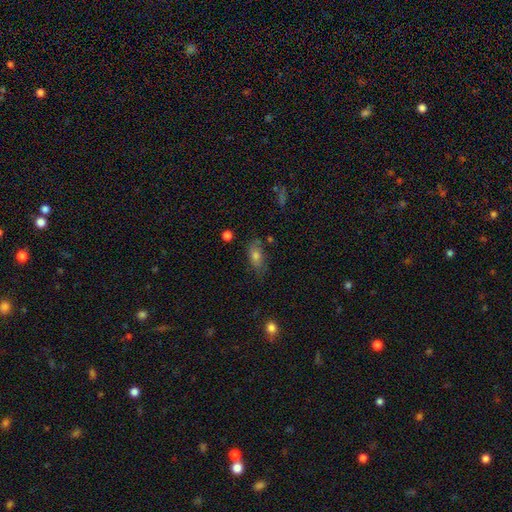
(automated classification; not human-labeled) This is likely a smooth galaxy (67%). How rounded: likely in between (79%). Merging: likely none (66%).